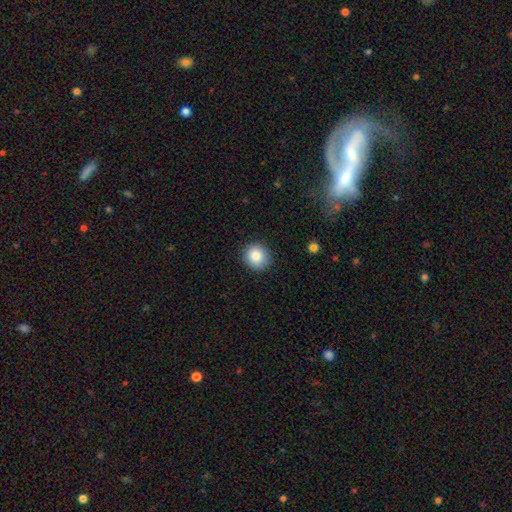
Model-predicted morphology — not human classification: Overall: smooth (85%). How rounded: round (89%). Merging: none (90%).